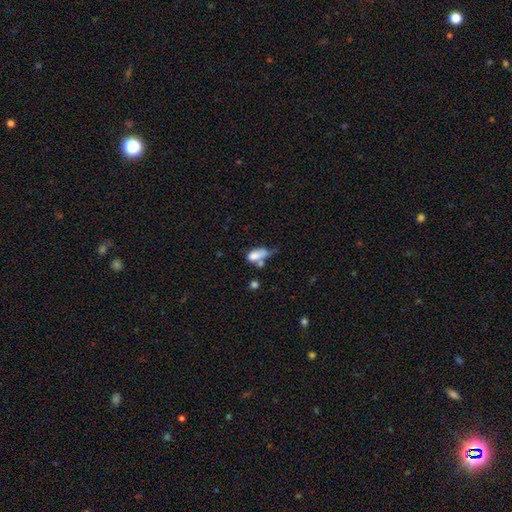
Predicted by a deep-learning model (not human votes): The model was most divided on "merging": merger: 31%, none: 25%, minor disturbance: 24%, major disturbance: 19%. More confident: how rounded — in between (83%); smooth or featured — smooth (74%).